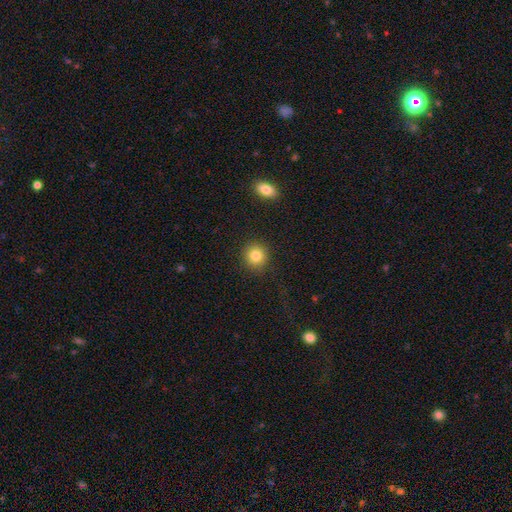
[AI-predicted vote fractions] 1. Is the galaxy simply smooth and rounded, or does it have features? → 83% smooth, 10% star or artifact, 7% featured or disk.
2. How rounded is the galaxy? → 90% round, 9% in between, 1% cigar-shaped.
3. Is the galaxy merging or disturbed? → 89% none, 6% minor disturbance, 3% major disturbance, 1% merger.